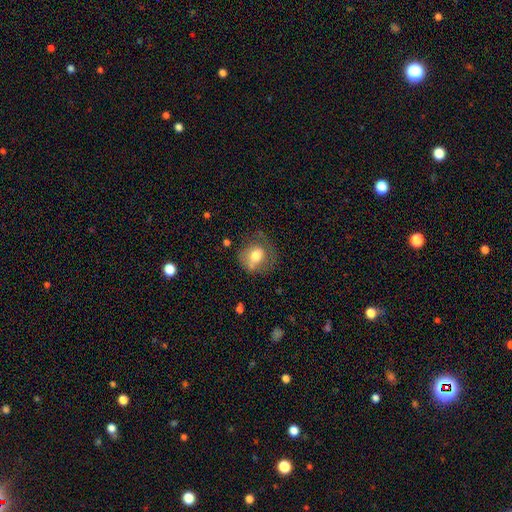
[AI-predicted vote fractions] Smooth or featured? smooth (67%)
How rounded? round (66%)
Merging? none (50%)